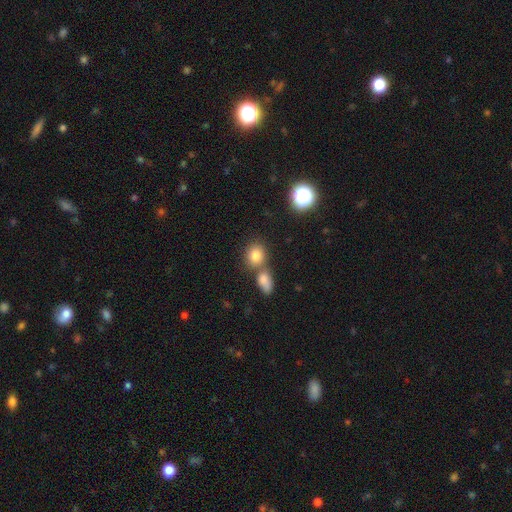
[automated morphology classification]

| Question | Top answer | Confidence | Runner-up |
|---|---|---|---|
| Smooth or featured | smooth | 82% | star or artifact (11%) |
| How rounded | round | 61% | in between (37%) |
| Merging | none | 48% | merger (40%) |